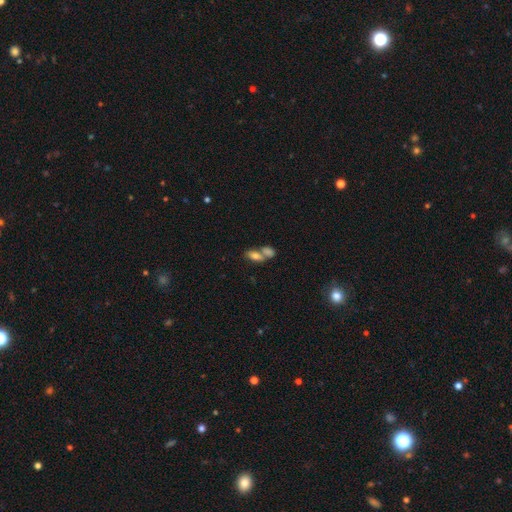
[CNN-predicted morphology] Overall: smooth (74%). How rounded: in between (85%). Merging: merger (55%; none 32%).